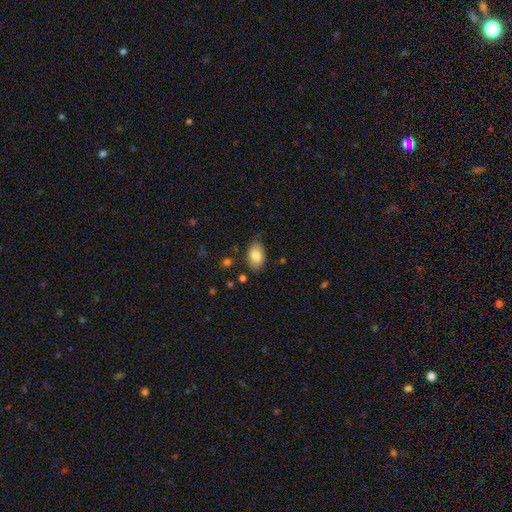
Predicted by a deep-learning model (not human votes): smooth_or_featured: smooth (p=0.82) [alt: featured or disk p=0.11]
how_rounded: in between (p=0.88) [alt: round p=0.11]
merging: none (p=0.79) [alt: minor disturbance p=0.16]